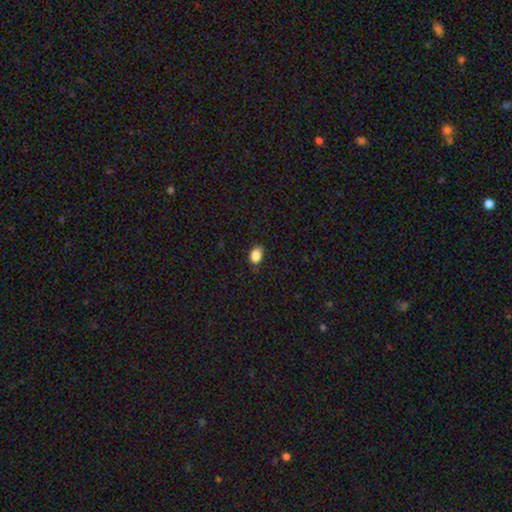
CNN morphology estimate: smooth-or-featured: smooth: 86% | star or artifact: 9% | featured or disk: 4%
  how-rounded: in between: 76% | round: 23% | cigar-shaped: 1%
  merging: none: 77% | minor disturbance: 19% | major disturbance: 3% | merger: 1%